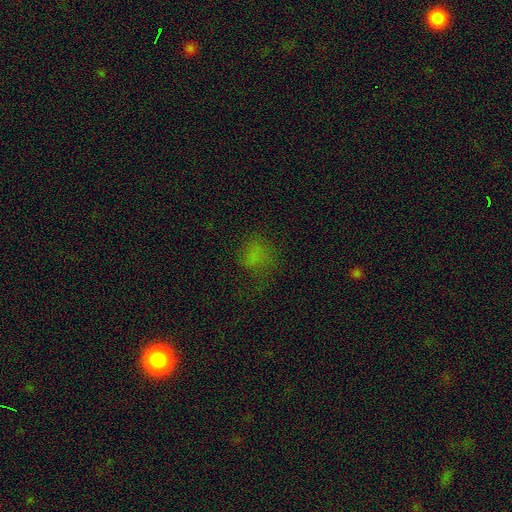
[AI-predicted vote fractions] smooth 61%, star or artifact 26%, featured or disk 13%. Down the decision tree: how rounded — round (65%); merging — none (54%).